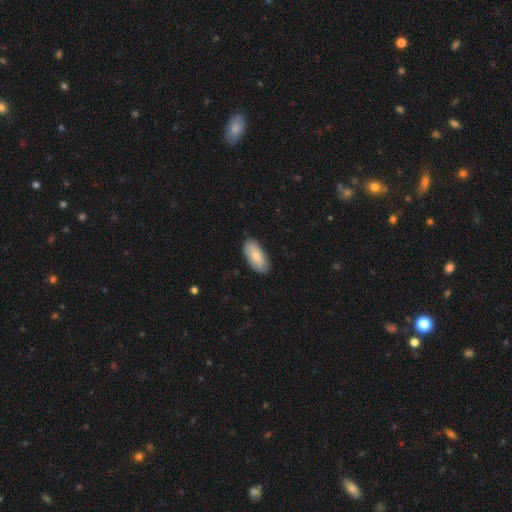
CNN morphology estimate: Smooth or featured: smooth — 76% (featured or disk — 18%)
How rounded: in between — 92% (cigar-shaped — 6%)
Merging: none — 86% (minor disturbance — 11%)